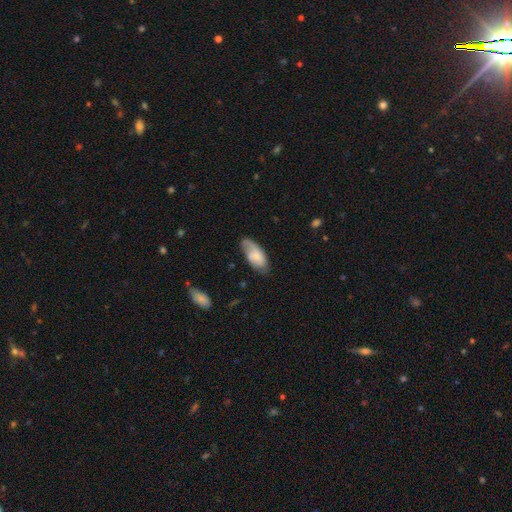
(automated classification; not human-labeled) This appears to be a smooth galaxy with no disk features (54%) that is in between round and cigar-shaped (90%). Merging: none (59%).